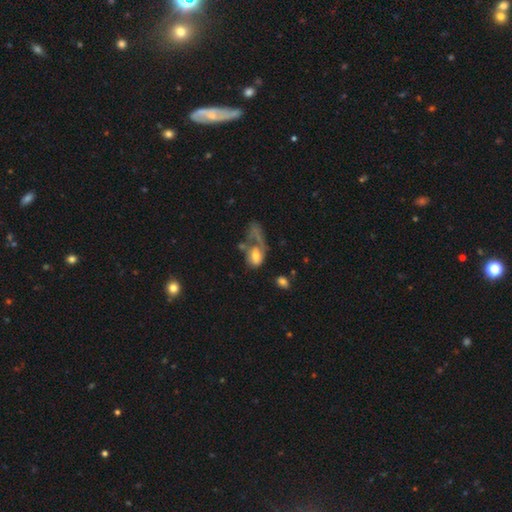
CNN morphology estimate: This is possibly a smooth galaxy (48%). Merging: possibly major disturbance (50%).